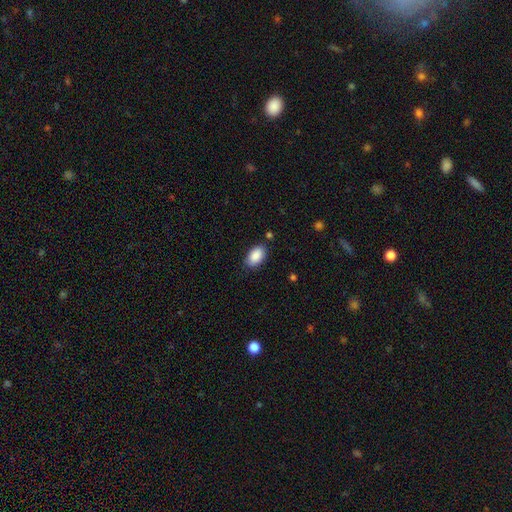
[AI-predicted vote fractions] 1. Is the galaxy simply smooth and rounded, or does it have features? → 89% smooth, 6% star or artifact, 5% featured or disk.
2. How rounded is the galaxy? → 93% in between, 5% round, 1% cigar-shaped.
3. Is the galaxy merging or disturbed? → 83% none, 13% minor disturbance, 3% major disturbance, 2% merger.